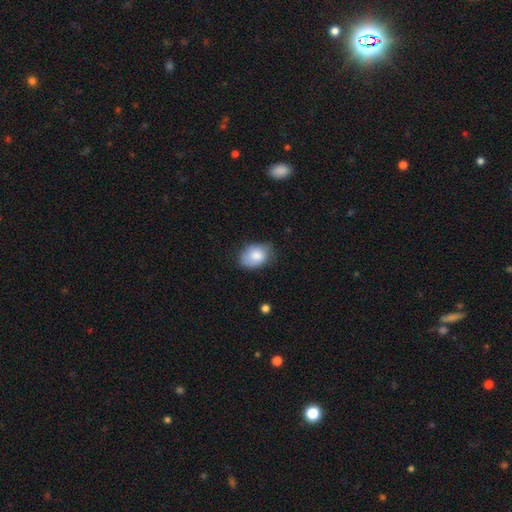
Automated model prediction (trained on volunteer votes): This is clearly a smooth galaxy (82%). How rounded: likely in between (76%). Merging: likely none (64%).